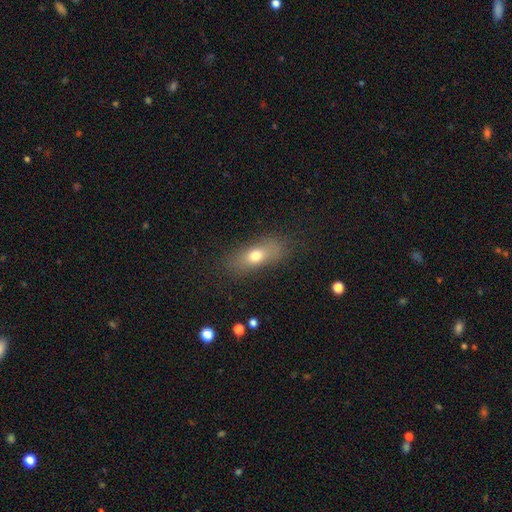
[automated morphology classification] This is likely a smooth galaxy (70%). How rounded: likely in between (64%). Merging: likely none (72%).